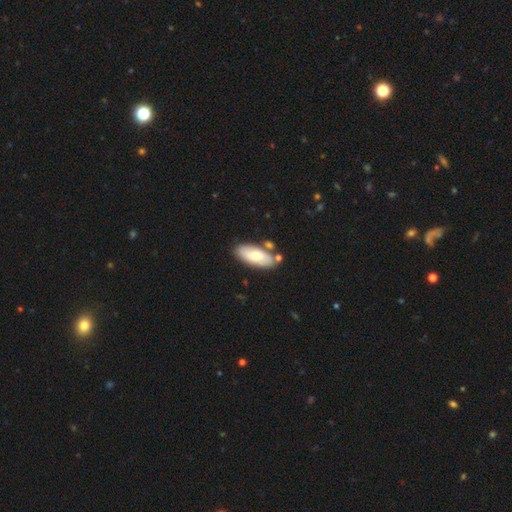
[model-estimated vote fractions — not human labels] Smooth or featured? smooth (64%)
How rounded? in between (85%)
Merging? none (75%)